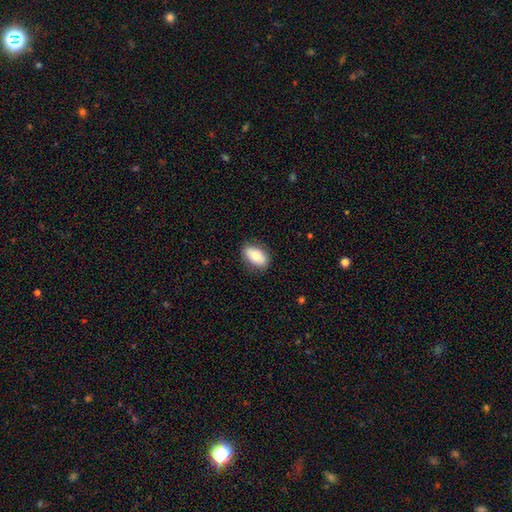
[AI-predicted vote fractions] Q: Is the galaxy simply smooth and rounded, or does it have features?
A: smooth — 73%.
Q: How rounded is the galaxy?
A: in between — 90%.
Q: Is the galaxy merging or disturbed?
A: none — 83%.